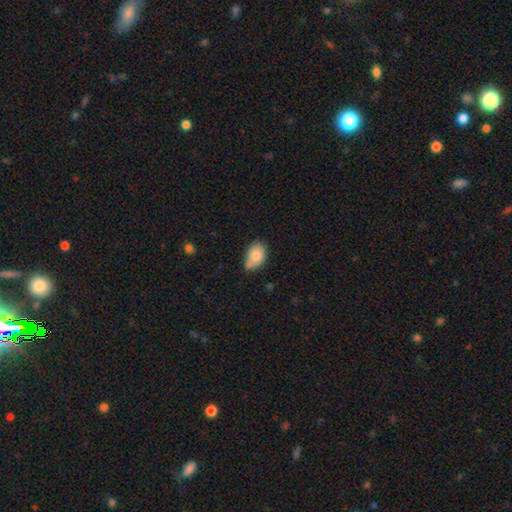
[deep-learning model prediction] smooth-or-featured: smooth: 84% | featured or disk: 9% | star or artifact: 7%
  how-rounded: in between: 87% | round: 12% | cigar-shaped: 1%
  merging: none: 58% | minor disturbance: 29% | merger: 8% | major disturbance: 5%